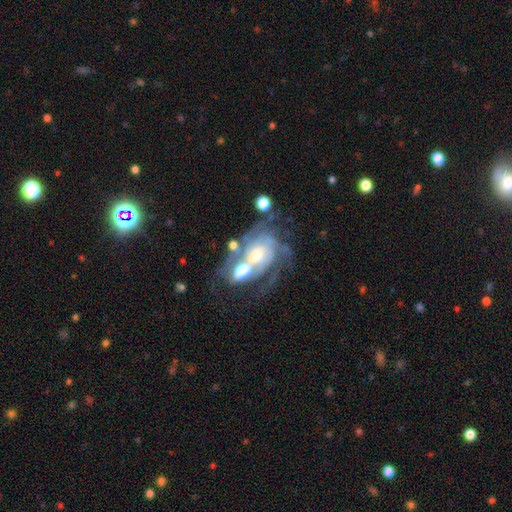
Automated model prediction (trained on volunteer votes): This is likely a featured or disk galaxy (78%). It is clearly not viewed edge-on (96%). Bar: likely no (65%). Spiral arm pattern: clearly yes (87%). Spiral arm count: marginally can't tell (38%). Spiral winding: possibly tight (48%). Central bulge: marginally moderate (43%). Merging: marginally merger (41%).